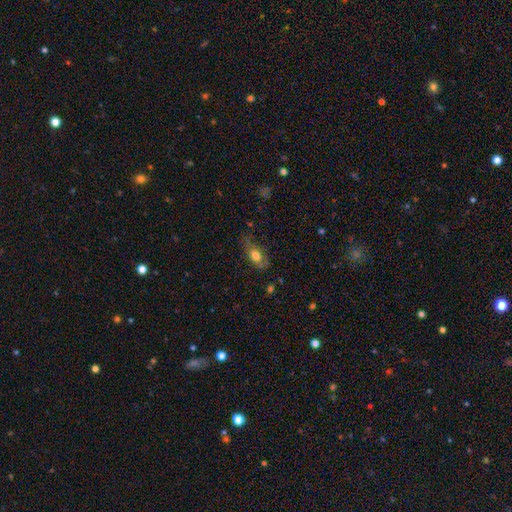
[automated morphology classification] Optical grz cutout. It shows a smooth galaxy with no disk features (73%) that is in between round and cigar-shaped (79%). Merging: none (58%).